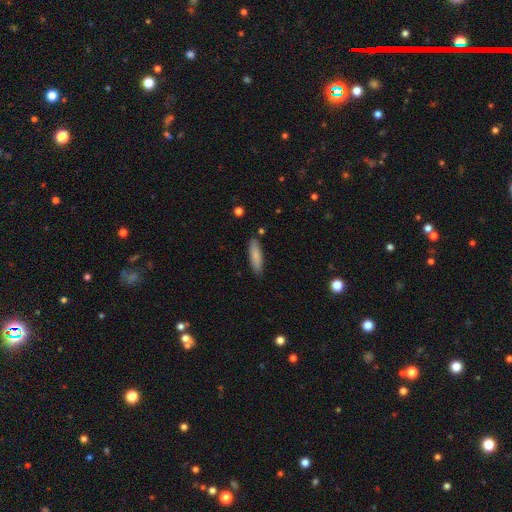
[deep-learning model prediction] Smooth or featured: smooth — 82% (featured or disk — 12%)
How rounded: cigar-shaped — 64% (in between — 35%)
Merging: none — 86% (minor disturbance — 10%)